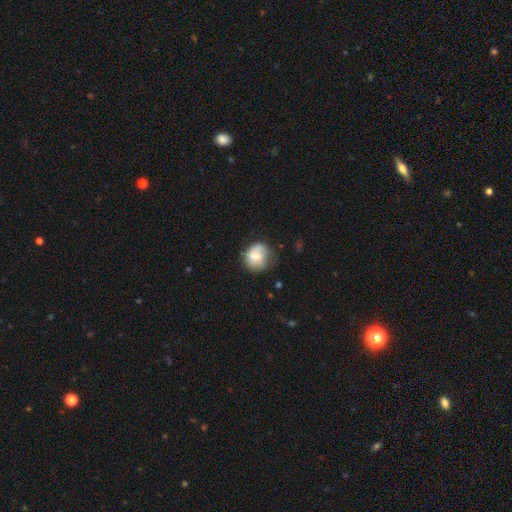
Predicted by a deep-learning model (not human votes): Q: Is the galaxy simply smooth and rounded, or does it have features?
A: smooth — 62%.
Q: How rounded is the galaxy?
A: round — 80%.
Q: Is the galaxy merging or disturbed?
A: none — 66%.